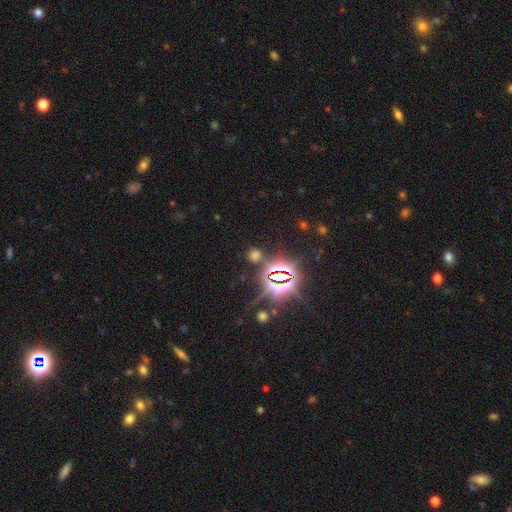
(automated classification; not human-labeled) smooth-or-featured: star or artifact: 68% | smooth: 24% | featured or disk: 7%